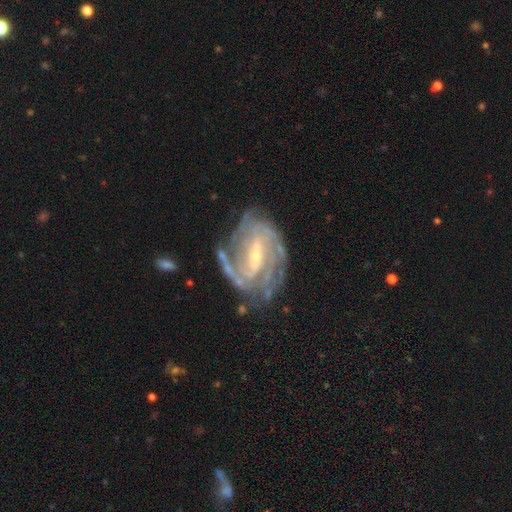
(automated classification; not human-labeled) Overall: featured or disk (90%). Edge-on disk: no (97%). Bar: strong (48%; weak 40%). Spiral arms: yes (97%). Spiral arm count: 2 (30%; 3 23%). Spiral winding: tight (57%; medium 35%). Bulge size: small (67%; moderate 29%). Merging: none (68%).